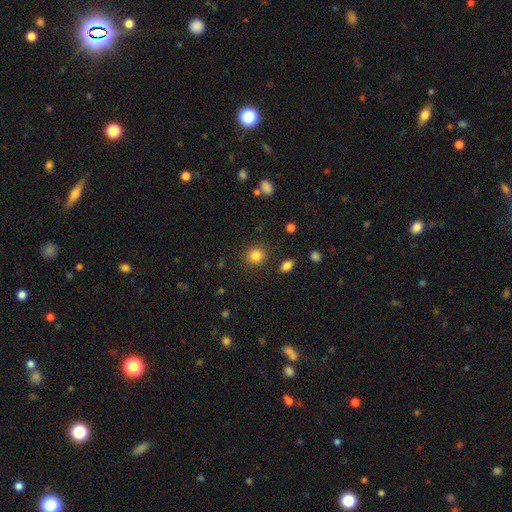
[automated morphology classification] Smooth or featured? smooth (85%)
How rounded? round (82%)
Merging? none (87%)